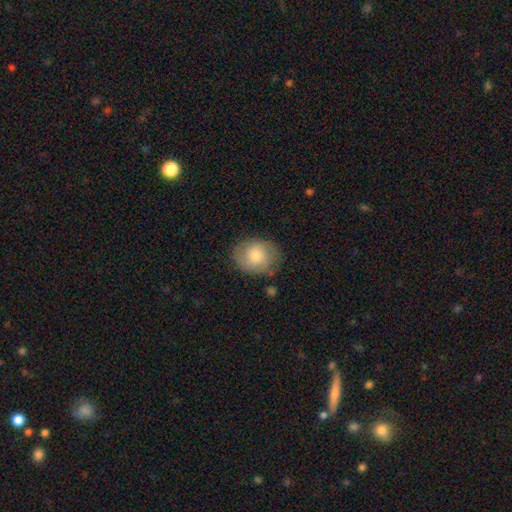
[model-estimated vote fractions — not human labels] Overall: smooth (69%). How rounded: round (58%; in between 41%). Merging: none (76%).